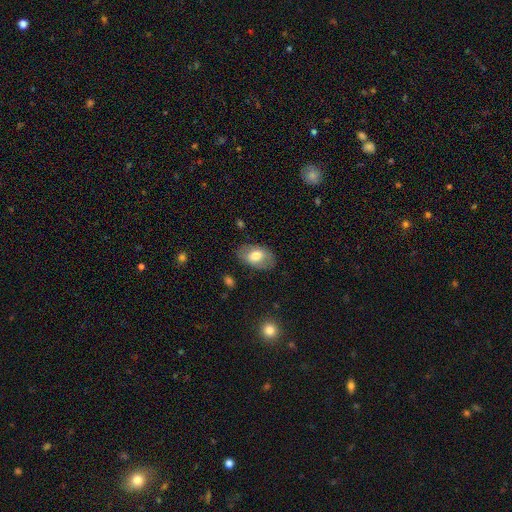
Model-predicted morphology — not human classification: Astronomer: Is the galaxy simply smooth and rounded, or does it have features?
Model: smooth — 66%.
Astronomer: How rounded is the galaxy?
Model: in between — 90%.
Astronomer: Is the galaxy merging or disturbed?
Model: none — 78%.